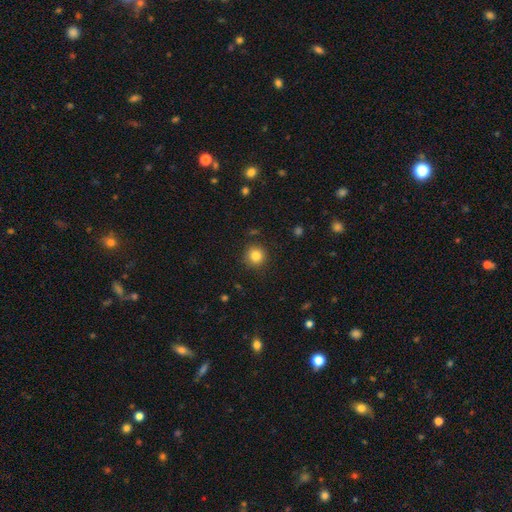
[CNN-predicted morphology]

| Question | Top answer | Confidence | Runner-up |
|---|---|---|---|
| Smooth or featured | smooth | 84% | star or artifact (11%) |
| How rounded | round | 93% | in between (6%) |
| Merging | none | 89% | minor disturbance (7%) |